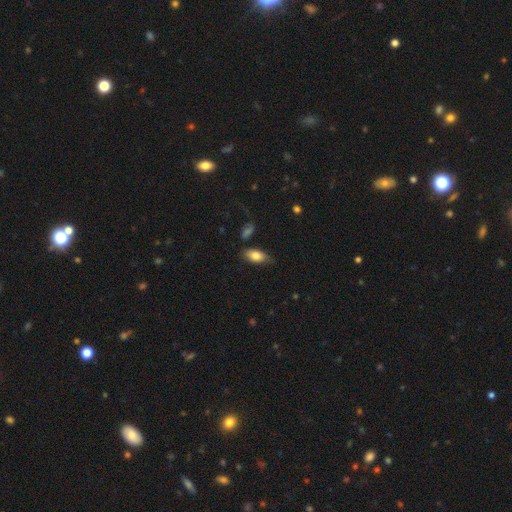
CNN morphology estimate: Smooth or featured?
  - smooth: 81% *
  - featured or disk: 12%
  - star or artifact: 7%
How rounded?
  - in between: 89% *
  - cigar-shaped: 7%
  - round: 3%
Merging?
  - none: 72% *
  - minor disturbance: 20%
  - major disturbance: 4%
  - merger: 4%